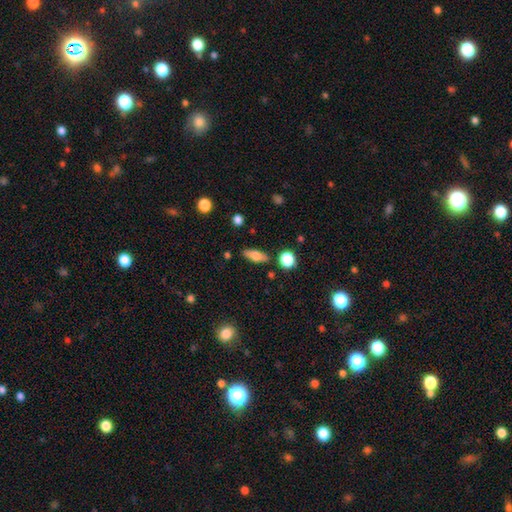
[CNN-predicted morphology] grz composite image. It shows a smooth galaxy with no disk features (66%) that is in between round and cigar-shaped (68%). Merging: none (84%).